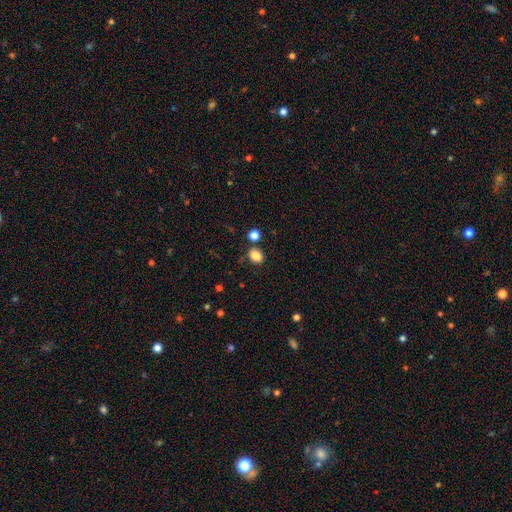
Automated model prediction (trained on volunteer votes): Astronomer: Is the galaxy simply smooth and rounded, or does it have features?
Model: smooth — 85%.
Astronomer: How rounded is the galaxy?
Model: in between — 59% (runner-up: round, 40%).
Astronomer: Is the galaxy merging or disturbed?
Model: none — 77%.